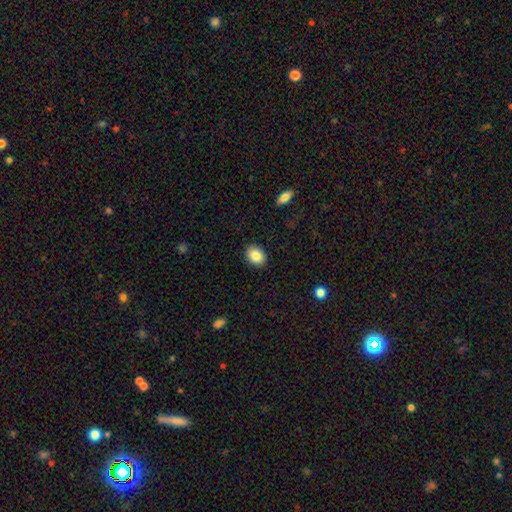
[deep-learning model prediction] Q: Smooth or featured?
A: smooth (86%); runner-up: star or artifact (8%)
Q: How rounded?
A: in between (65%); runner-up: round (34%)
Q: Merging?
A: none (90%); runner-up: minor disturbance (7%)